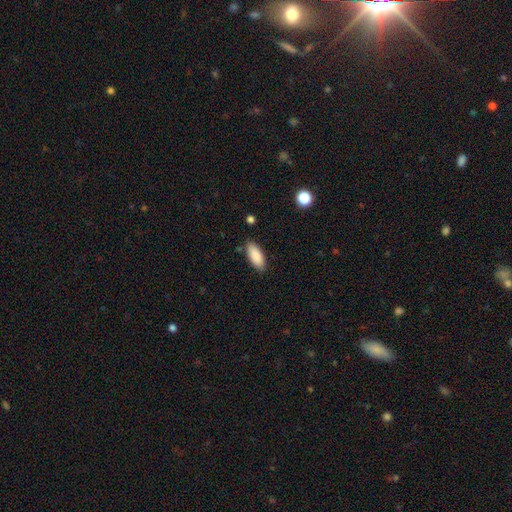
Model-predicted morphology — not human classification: Smooth or featured: smooth — 89% (star or artifact — 6%)
How rounded: in between — 81% (cigar-shaped — 17%)
Merging: none — 85% (minor disturbance — 11%)